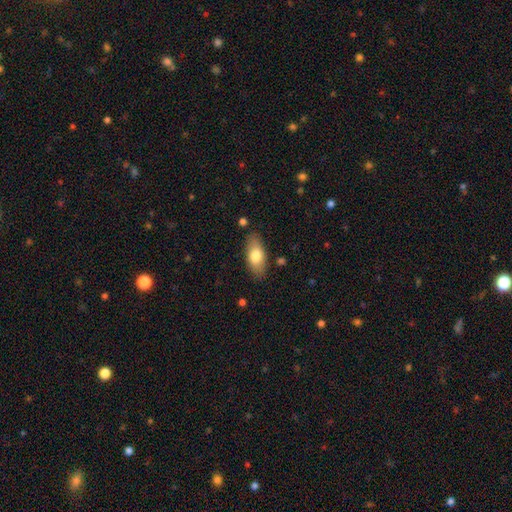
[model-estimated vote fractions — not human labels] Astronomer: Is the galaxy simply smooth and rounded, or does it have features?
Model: smooth — 76%.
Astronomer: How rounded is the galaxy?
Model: in between — 88%.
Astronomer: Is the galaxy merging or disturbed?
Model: none — 84%.